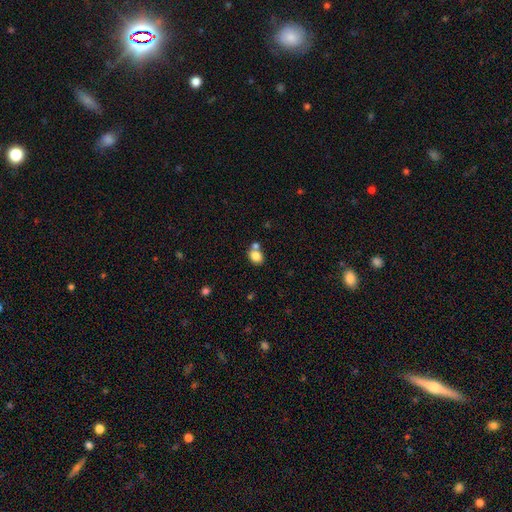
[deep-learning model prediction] A smooth galaxy with no disk features (81%) that is round (51%). Merging: none (51%).